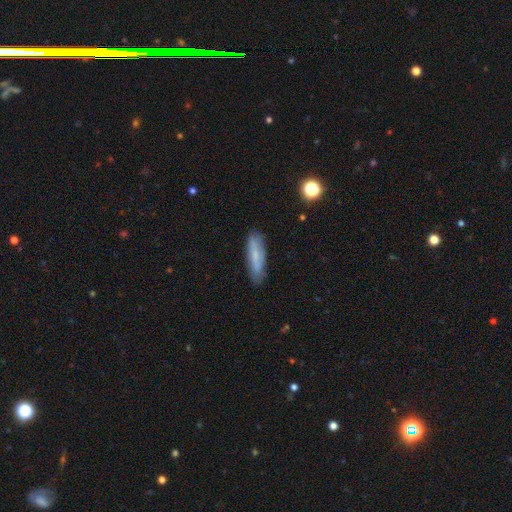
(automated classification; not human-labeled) Smooth or featured?
  - smooth: 66% *
  - featured or disk: 27%
  - star or artifact: 7%
How rounded?
  - cigar-shaped: 67% *
  - in between: 31%
  - round: 2%
Merging?
  - none: 81% *
  - minor disturbance: 14%
  - major disturbance: 3%
  - merger: 1%